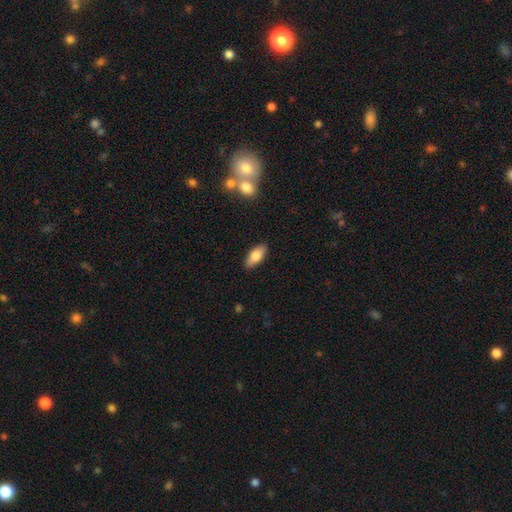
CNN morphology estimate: Smooth or featured? smooth (77%)
How rounded? in between (83%)
Merging? none (88%)